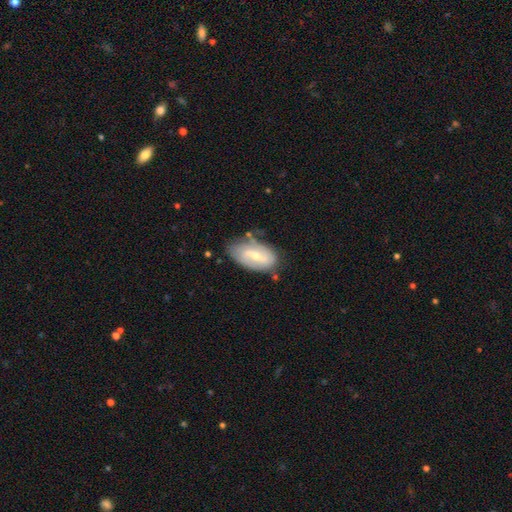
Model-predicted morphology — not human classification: featured or disk 64%, smooth 30%, star or artifact 6%. Down the decision tree: edge-on disk — no (94%); bar — weak (48%); spiral arms — yes (77%); bulge size — small (53%); merging — none (64%).